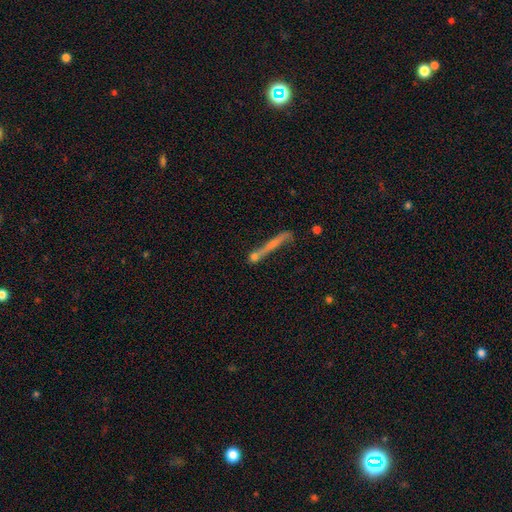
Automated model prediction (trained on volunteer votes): A smooth galaxy with no disk features (48%). Merging: none (45%).